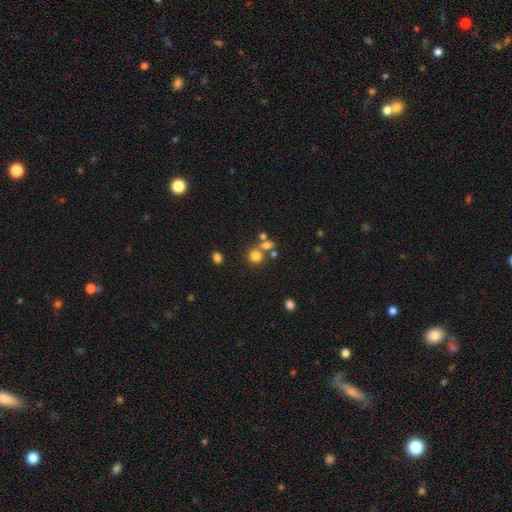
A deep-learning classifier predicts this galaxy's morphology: type=smooth (76%); roundness=round (87%); merging=none (59%).